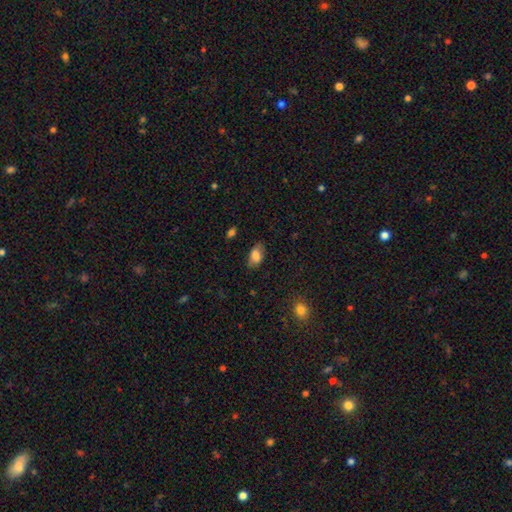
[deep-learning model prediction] Smooth or featured? Predicted: smooth (p=0.78). How rounded? Predicted: in between (p=0.92). Merging? Predicted: none (p=0.76).